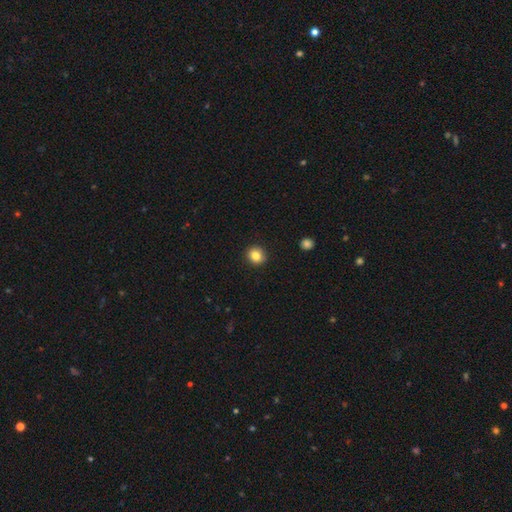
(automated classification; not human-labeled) Smooth or featured? Predicted: smooth (p=0.84). How rounded? Predicted: round (p=0.88). Merging? Predicted: none (p=0.92).